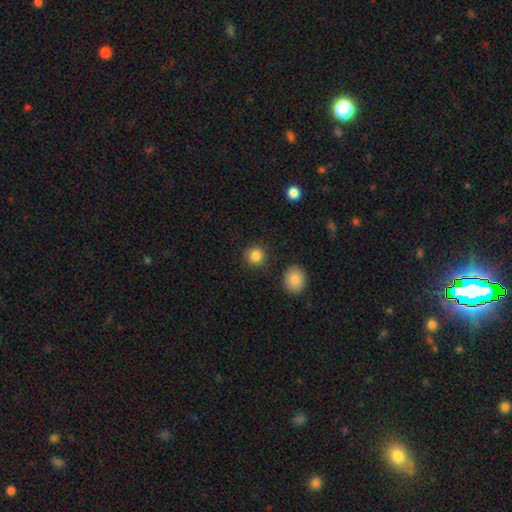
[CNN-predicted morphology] This is clearly a smooth galaxy (86%). How rounded: clearly round (91%). Merging: clearly none (86%).